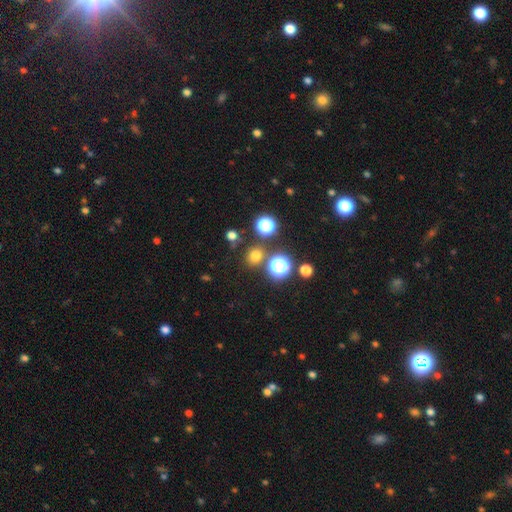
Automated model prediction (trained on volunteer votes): The model was most divided on "smooth or featured": smooth: 68%, star or artifact: 26%, featured or disk: 6%. More confident: how rounded — round (83%); merging — none (81%).